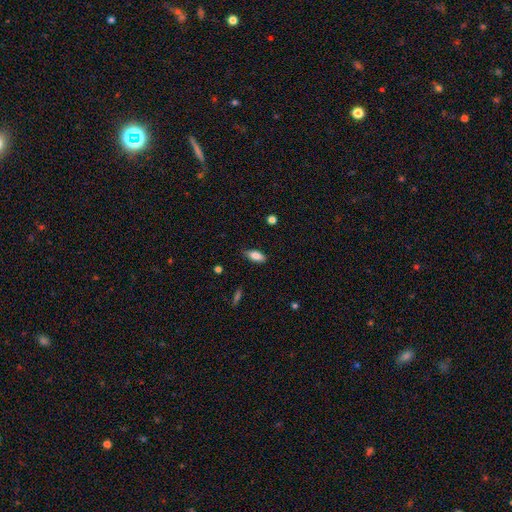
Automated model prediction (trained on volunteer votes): smooth-or-featured: smooth: 84% | featured or disk: 8% | star or artifact: 7%
  how-rounded: in between: 86% | cigar-shaped: 12% | round: 3%
  merging: none: 79% | minor disturbance: 17% | major disturbance: 3% | merger: 1%